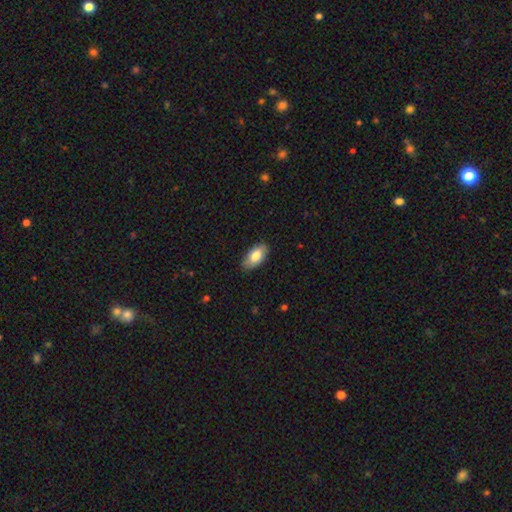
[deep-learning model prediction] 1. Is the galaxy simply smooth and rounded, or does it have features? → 80% smooth, 14% featured or disk, 6% star or artifact.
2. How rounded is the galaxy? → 93% in between, 4% cigar-shaped, 3% round.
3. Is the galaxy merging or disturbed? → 87% none, 11% minor disturbance, 2% major disturbance, 1% merger.